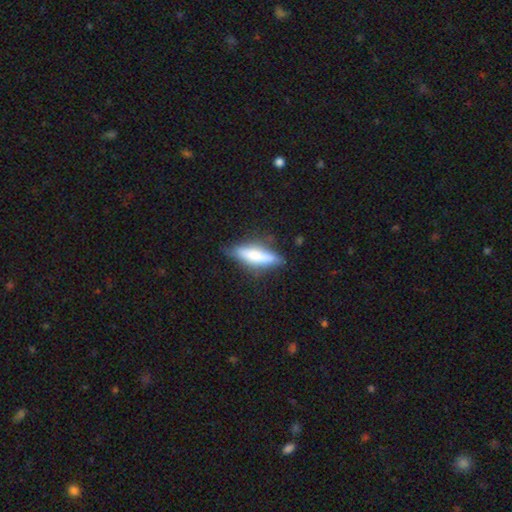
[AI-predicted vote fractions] Smooth or featured? Predicted: smooth (p=0.60). How rounded? Predicted: cigar-shaped (p=0.70). Merging? Predicted: none (p=0.70).